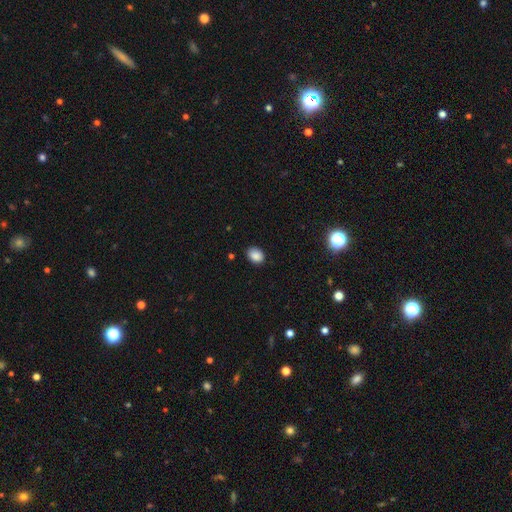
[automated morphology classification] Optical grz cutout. It shows a smooth galaxy with no disk features (87%) that is in between round and cigar-shaped (67%). Merging: none (85%).